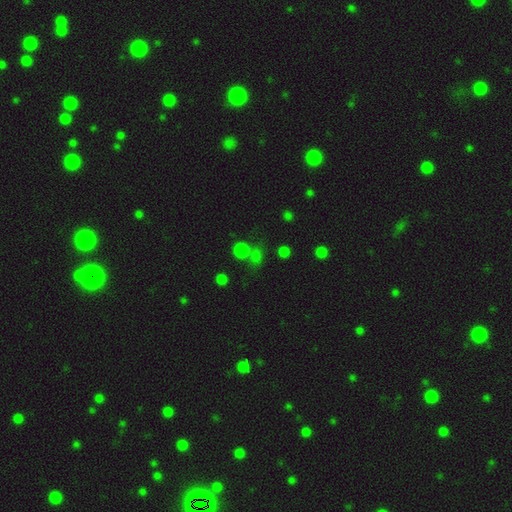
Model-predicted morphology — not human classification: Smooth or featured? smooth (68%)
How rounded? round (84%)
Merging? none (63%)